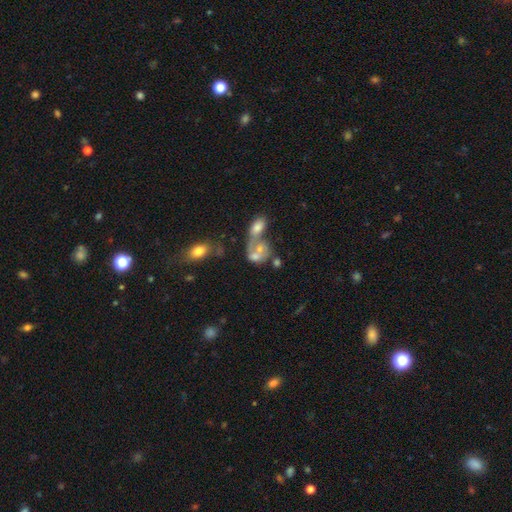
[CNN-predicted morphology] Smooth or featured? smooth (51%)
How rounded? in between (69%)
Merging? merger (65%)